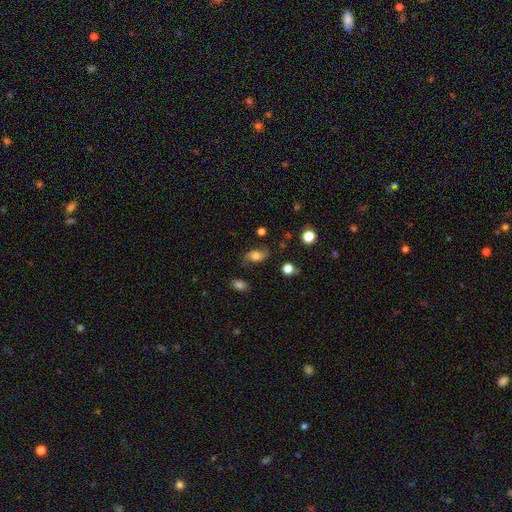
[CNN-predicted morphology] featured or disk 46%, smooth 43%, star or artifact 12%. Down the decision tree: merging — none (69%).